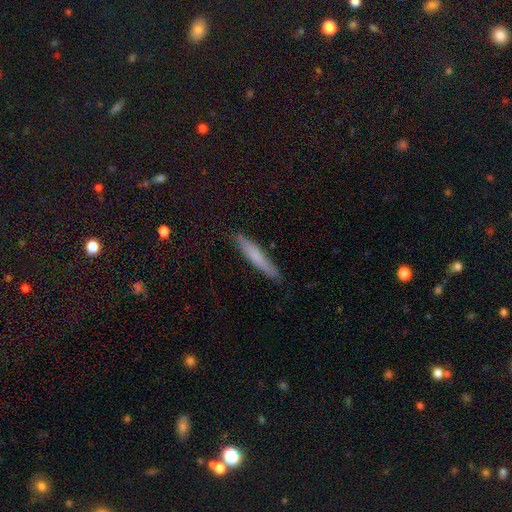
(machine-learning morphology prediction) A smooth galaxy with no disk features (68%) that is cigar-shaped (93%).

Vote fractions:
- Smooth or featured? smooth: 68% / featured or disk: 26% / star or artifact: 6%
- How rounded? cigar-shaped: 93% / in between: 5% / round: 1%
- Merging? none: 86% / minor disturbance: 10% / major disturbance: 2% / merger: 1%